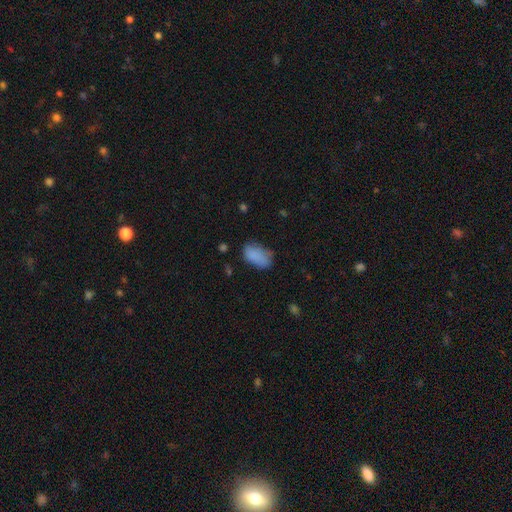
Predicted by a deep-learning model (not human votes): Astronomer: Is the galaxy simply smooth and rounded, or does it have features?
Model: smooth — 84%.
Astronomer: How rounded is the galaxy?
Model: in between — 93%.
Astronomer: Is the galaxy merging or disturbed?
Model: none — 57%.